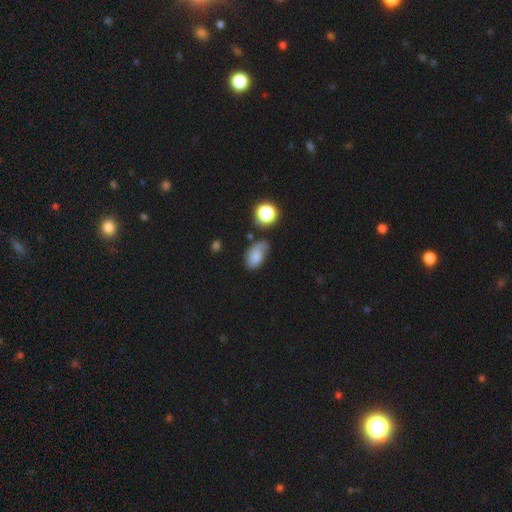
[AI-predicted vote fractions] smooth-or-featured: smooth: 67% | featured or disk: 21% | star or artifact: 12%
  how-rounded: in between: 87% | round: 11% | cigar-shaped: 2%
  merging: none: 45% | minor disturbance: 31% | major disturbance: 17% | merger: 7%